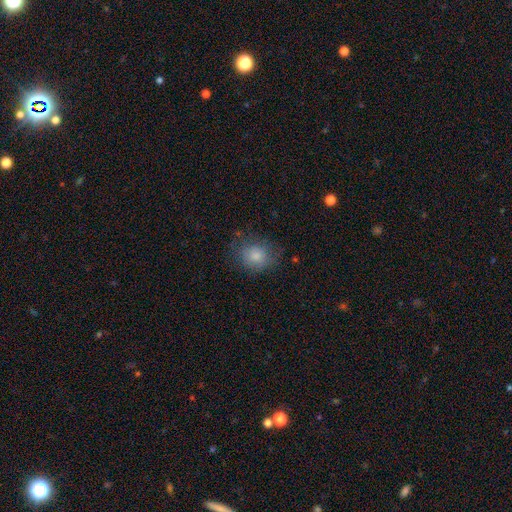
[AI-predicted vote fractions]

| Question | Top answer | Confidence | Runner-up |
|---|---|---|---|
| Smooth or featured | smooth | 81% | star or artifact (10%) |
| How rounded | round | 71% | in between (28%) |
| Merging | none | 70% | minor disturbance (20%) |